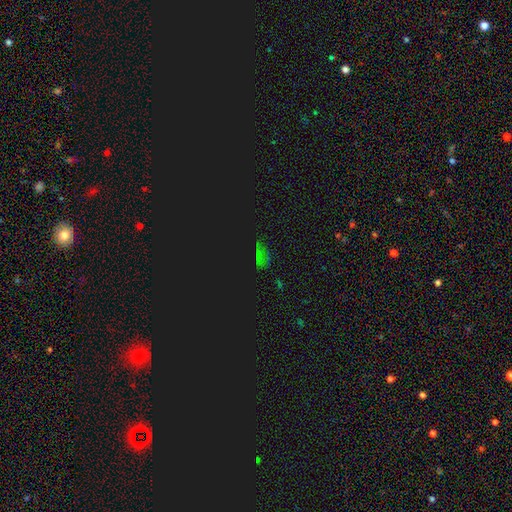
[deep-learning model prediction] A star or artifact, not a galaxy (77%).